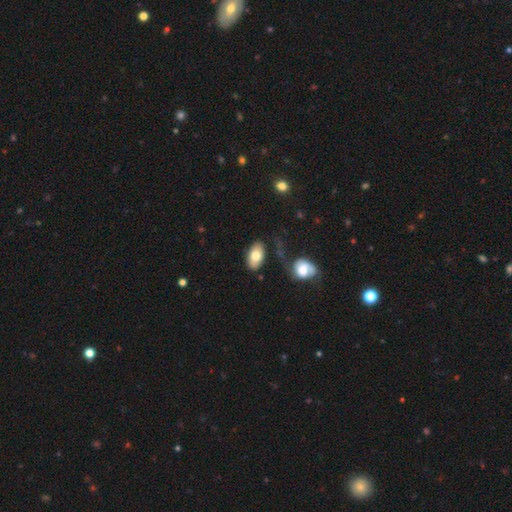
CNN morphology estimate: Smooth or featured: smooth — 75% (featured or disk — 19%)
How rounded: in between — 93% (round — 5%)
Merging: none — 72% (minor disturbance — 14%)